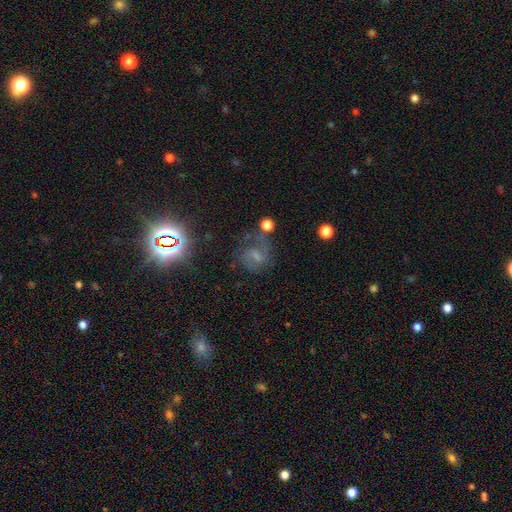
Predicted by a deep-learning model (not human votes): Overall: featured or disk (58%; smooth 23%). Edge-on disk: no (97%). Bar: weak (48%; no 27%). Spiral arms: yes (85%). Bulge size: none (41%; small 28%). Merging: none (54%; minor disturbance 20%).